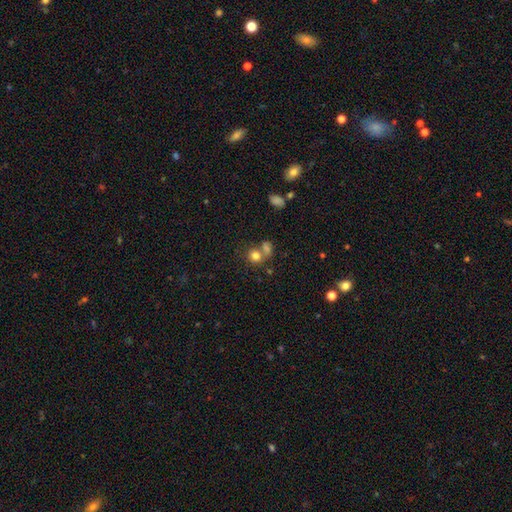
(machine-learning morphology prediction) smooth-or-featured: smooth: 79% | star or artifact: 12% | featured or disk: 9%
  how-rounded: round: 78% | in between: 21% | cigar-shaped: 1%
  merging: none: 47% | merger: 39% | minor disturbance: 9% | major disturbance: 5%